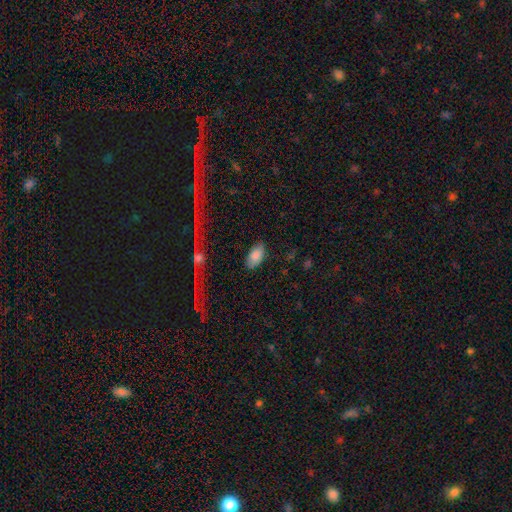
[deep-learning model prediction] Smooth or featured? smooth (85%)
How rounded? in between (94%)
Merging? none (81%)